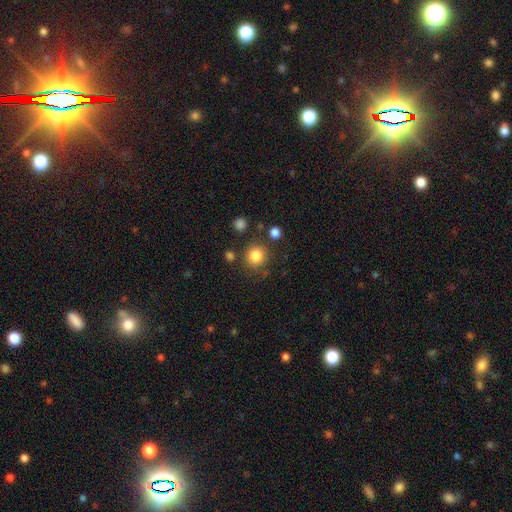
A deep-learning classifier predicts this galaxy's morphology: This is clearly a smooth galaxy (84%). How rounded: clearly round (90%). Merging: clearly none (81%).